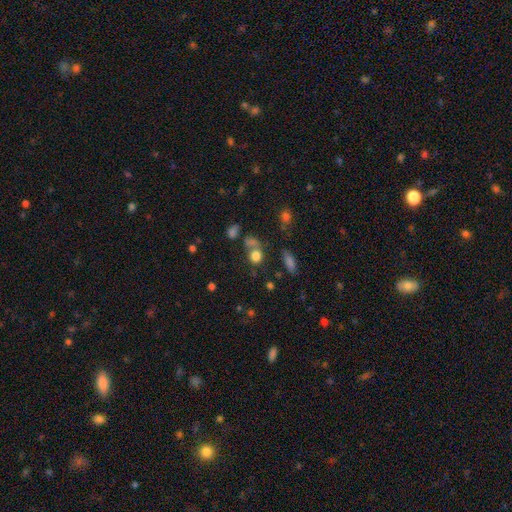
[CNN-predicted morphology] This is likely a smooth galaxy (77%). How rounded: likely round (72%). Merging: possibly none (54%).